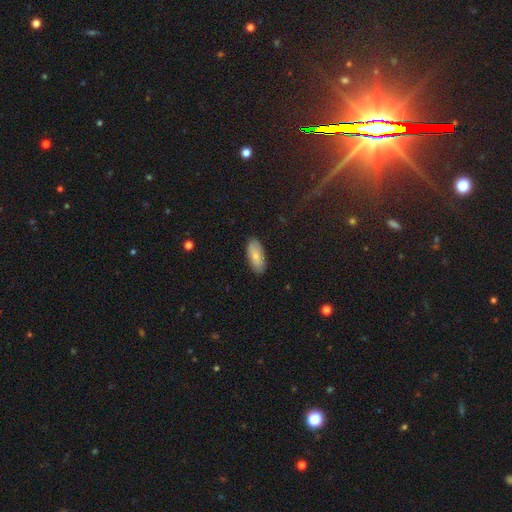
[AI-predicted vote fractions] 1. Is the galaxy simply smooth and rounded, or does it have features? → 79% smooth, 15% featured or disk, 6% star or artifact.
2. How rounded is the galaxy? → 86% in between, 12% cigar-shaped, 2% round.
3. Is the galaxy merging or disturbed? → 87% none, 10% minor disturbance, 2% major disturbance, 1% merger.